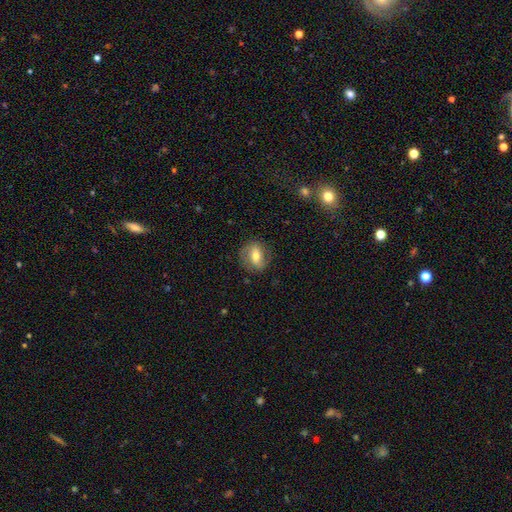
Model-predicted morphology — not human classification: Smooth or featured? smooth (48%)
Merging? none (80%)